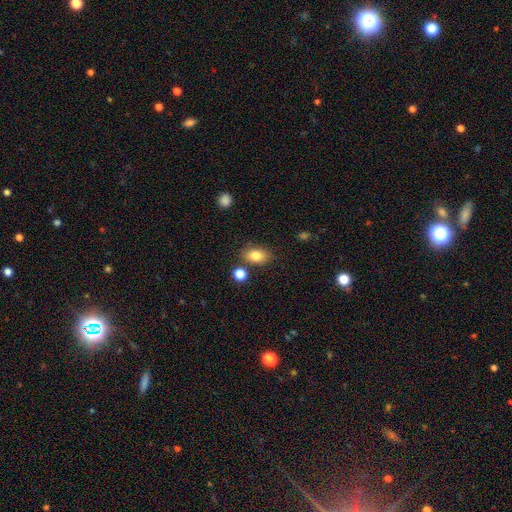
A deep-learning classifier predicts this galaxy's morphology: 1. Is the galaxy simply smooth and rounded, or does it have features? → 82% smooth, 9% featured or disk, 9% star or artifact.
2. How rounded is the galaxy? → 84% in between, 15% round, 2% cigar-shaped.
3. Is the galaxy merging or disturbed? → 79% none, 11% minor disturbance, 7% merger, 3% major disturbance.